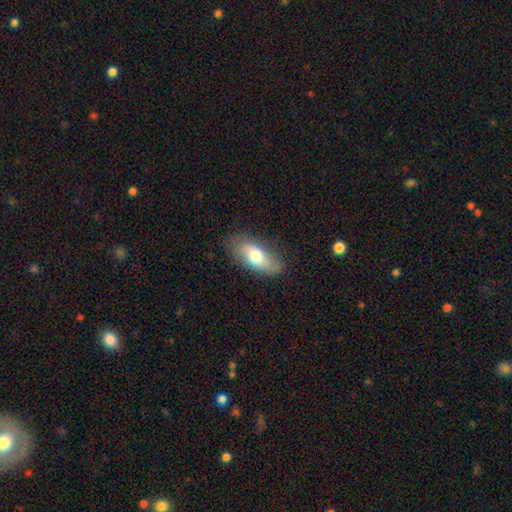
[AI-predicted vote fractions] This is likely a smooth galaxy (68%). How rounded: clearly in between (85%). Merging: likely none (80%).